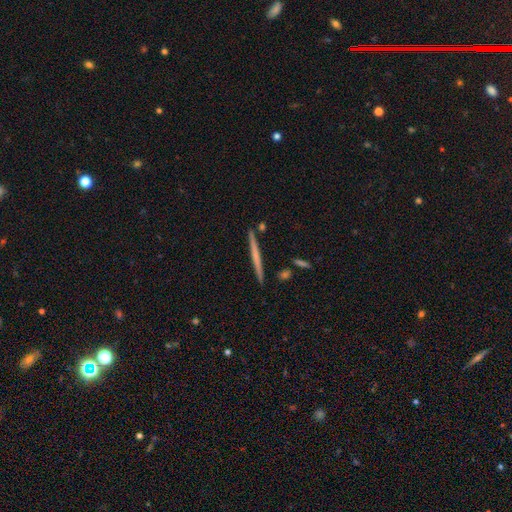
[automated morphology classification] smooth_or_featured: featured or disk (p=0.48) [alt: smooth p=0.46]
merging: none (p=0.90) [alt: minor disturbance p=0.06]